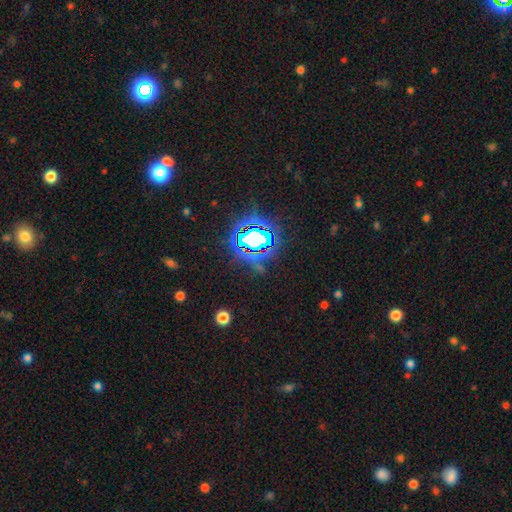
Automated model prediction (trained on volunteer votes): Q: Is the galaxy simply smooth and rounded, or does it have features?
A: star or artifact — 82%.